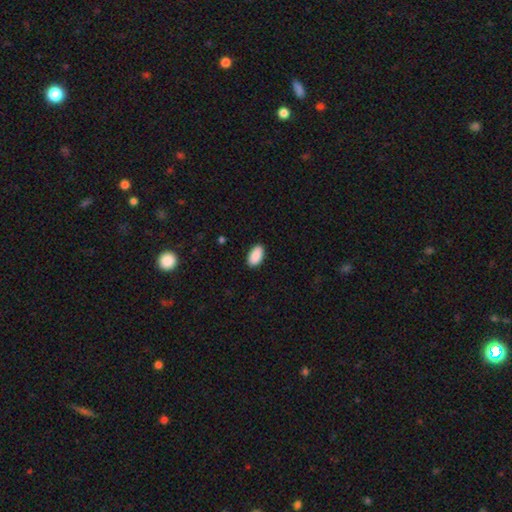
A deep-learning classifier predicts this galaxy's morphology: The model was most divided on "merging": none: 89%, minor disturbance: 8%, major disturbance: 2%, merger: 1%. More confident: how rounded — in between (95%); smooth or featured — smooth (91%).